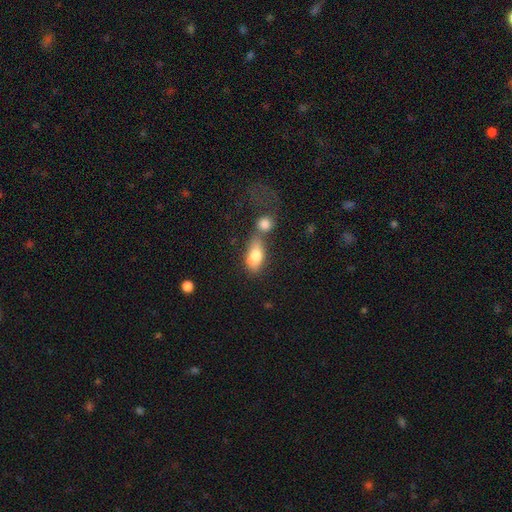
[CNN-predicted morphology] A smooth galaxy with no disk features (77%) that is in between round and cigar-shaped (85%). Merging: merger (41%).